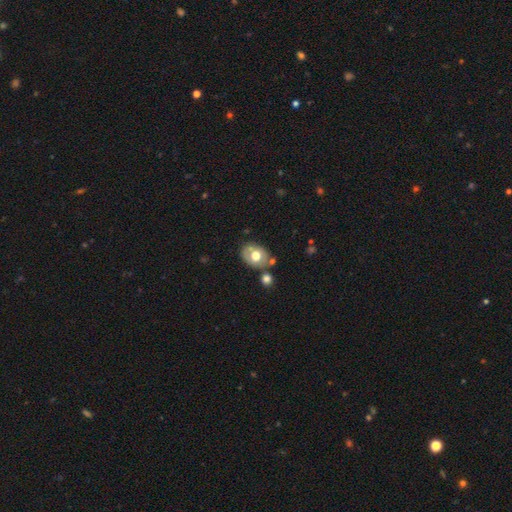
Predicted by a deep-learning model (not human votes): A smooth galaxy with no disk features (58%) that is in between round and cigar-shaped (64%). Merging: none (66%).